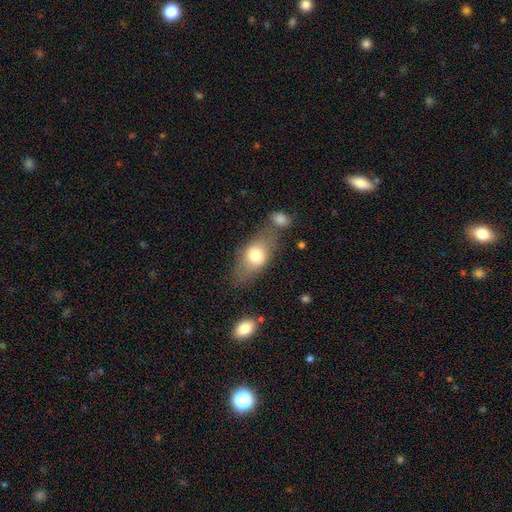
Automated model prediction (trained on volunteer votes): smooth-or-featured: smooth: 70% | featured or disk: 22% | star or artifact: 7%
  how-rounded: in between: 79% | round: 12% | cigar-shaped: 9%
  merging: none: 57% | minor disturbance: 17% | merger: 17% | major disturbance: 8%